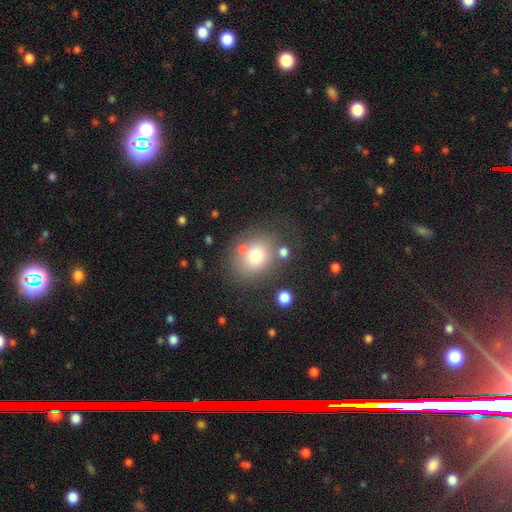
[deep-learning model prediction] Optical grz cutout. It shows a smooth galaxy with no disk features (72%) that is round (68%). Merging: none (66%).